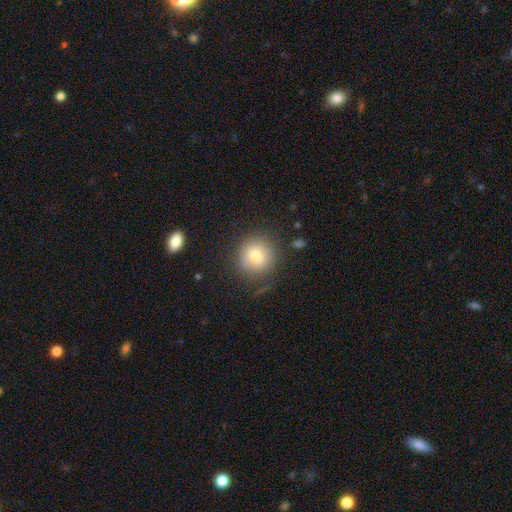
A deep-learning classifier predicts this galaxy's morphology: Overall: smooth (74%). How rounded: round (91%). Merging: none (79%).